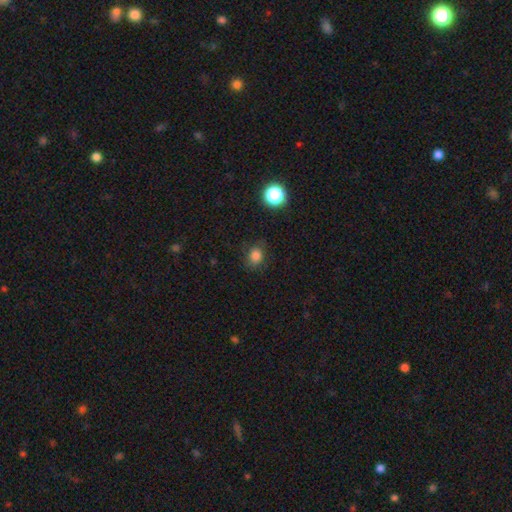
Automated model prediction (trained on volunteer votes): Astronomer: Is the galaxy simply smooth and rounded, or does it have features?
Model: smooth — 80%.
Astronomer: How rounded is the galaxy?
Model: round — 56% (runner-up: in between, 43%).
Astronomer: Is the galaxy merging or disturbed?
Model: none — 77%.